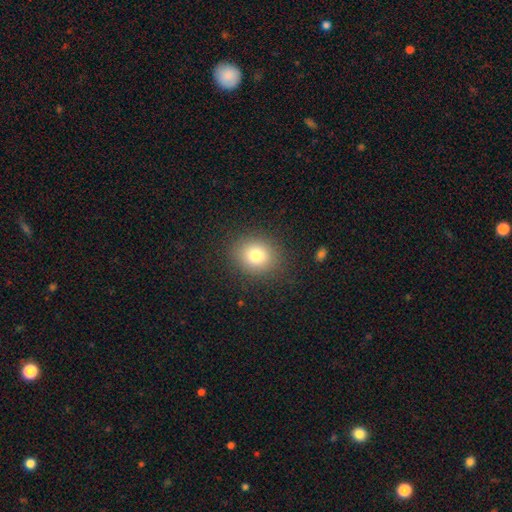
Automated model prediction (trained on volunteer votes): Smooth or featured: smooth — 79% (star or artifact — 12%)
How rounded: round — 73% (in between — 26%)
Merging: none — 87% (minor disturbance — 8%)